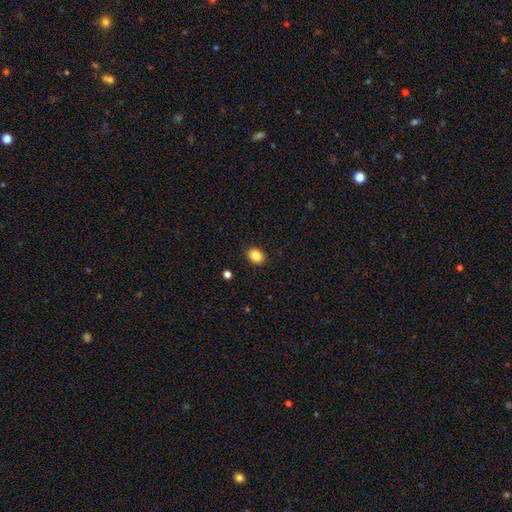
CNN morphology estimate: smooth-or-featured: smooth: 86% | star or artifact: 9% | featured or disk: 5%
  how-rounded: in between: 60% | round: 39% | cigar-shaped: 1%
  merging: none: 90% | minor disturbance: 7% | major disturbance: 2% | merger: 1%